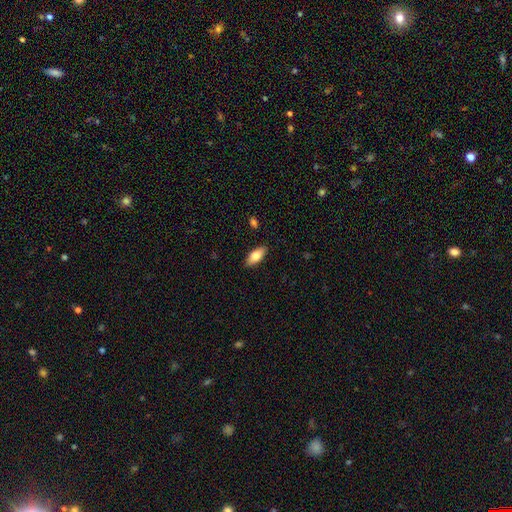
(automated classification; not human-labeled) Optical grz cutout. It shows a smooth galaxy with no disk features (76%) that is in between round and cigar-shaped (84%). Merging: none (88%).